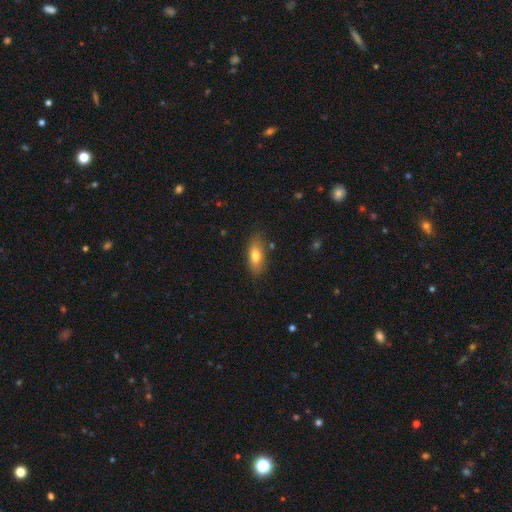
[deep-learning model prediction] Smooth or featured? smooth (76%)
How rounded? in between (79%)
Merging? none (81%)